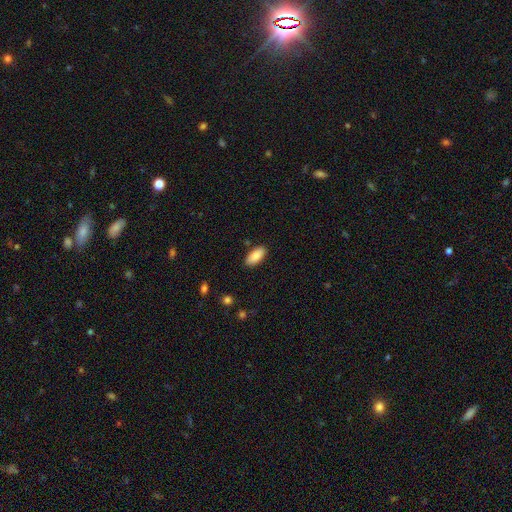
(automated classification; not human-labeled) This appears to be a smooth galaxy with no disk features (87%) that is in between round and cigar-shaped (91%). Merging: none (87%).